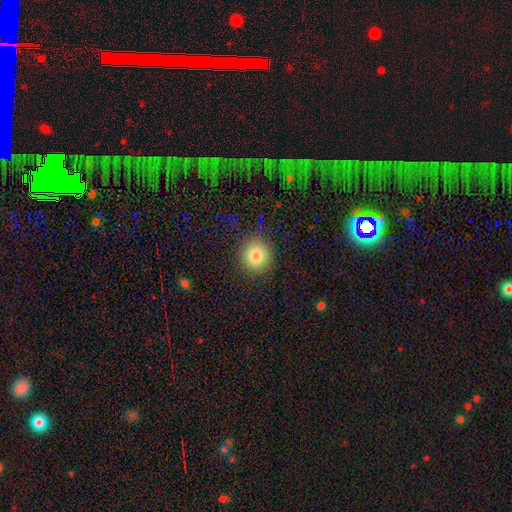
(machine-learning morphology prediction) smooth-or-featured: smooth: 81% | star or artifact: 10% | featured or disk: 9%
  how-rounded: round: 89% | in between: 10% | cigar-shaped: 1%
  merging: none: 83% | minor disturbance: 11% | major disturbance: 4% | merger: 1%